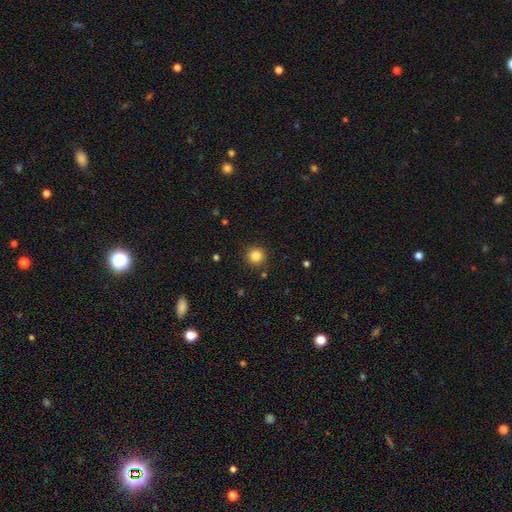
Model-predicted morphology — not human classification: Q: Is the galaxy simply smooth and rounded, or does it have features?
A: smooth — 84%.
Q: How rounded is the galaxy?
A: round — 95%.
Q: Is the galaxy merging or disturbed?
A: none — 90%.